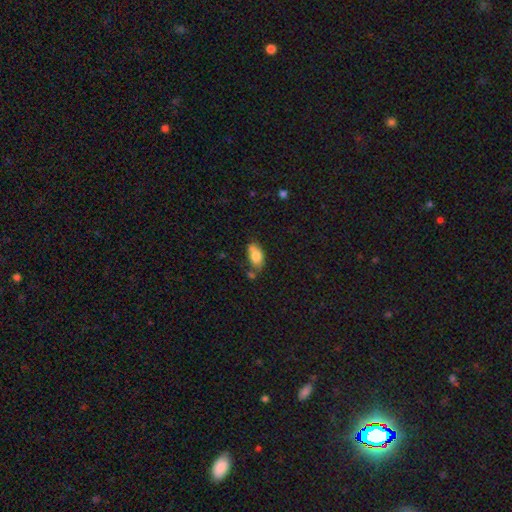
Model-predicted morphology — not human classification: The model was most divided on "merging": none: 54%, minor disturbance: 22%, merger: 19%, major disturbance: 6%. More confident: how rounded — in between (91%); smooth or featured — smooth (79%).